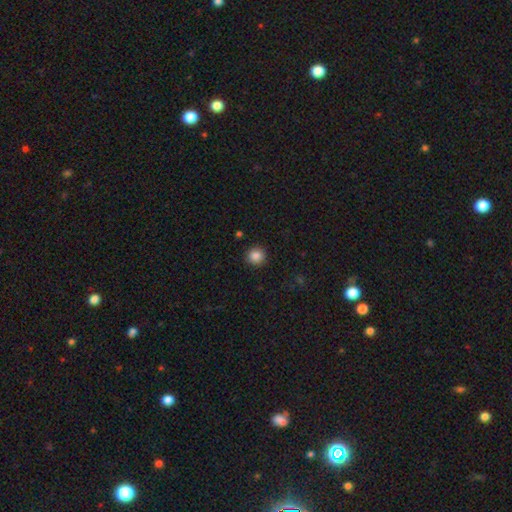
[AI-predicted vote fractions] The model was most divided on "smooth or featured": smooth: 86%, star or artifact: 10%, featured or disk: 4%. More confident: how rounded — round (94%); merging — none (92%).